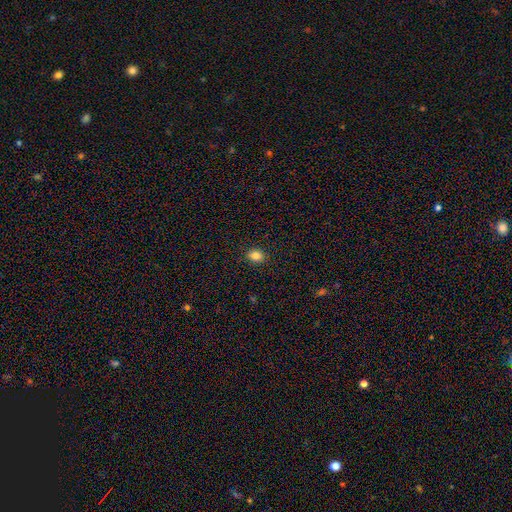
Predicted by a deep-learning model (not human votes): The model was most divided on "how rounded": in between: 58%, round: 40%, cigar-shaped: 1%. More confident: merging — none (89%); smooth or featured — smooth (83%).